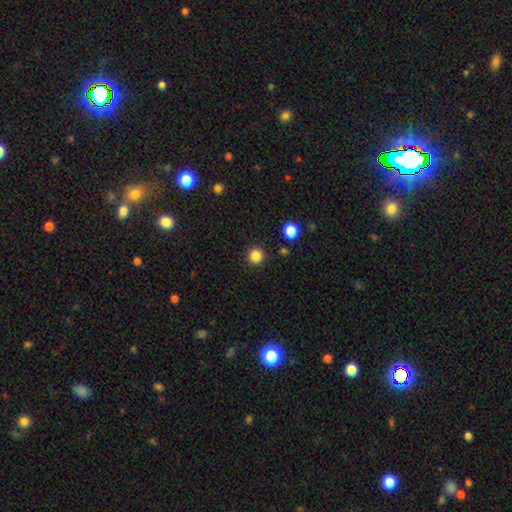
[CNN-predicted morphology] The model was most divided on "smooth or featured": smooth: 85%, star or artifact: 12%, featured or disk: 3%. More confident: how rounded — round (95%); merging — none (91%).